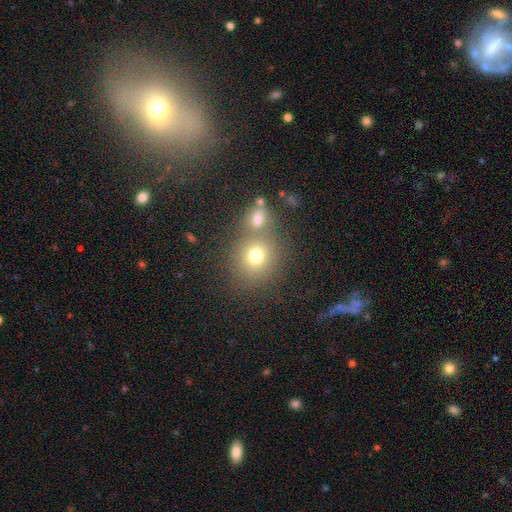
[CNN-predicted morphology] A smooth galaxy with no disk features (74%) that is round (80%).

Vote fractions:
- Smooth or featured? smooth: 74% / star or artifact: 15% / featured or disk: 12%
- How rounded? round: 80% / in between: 19% / cigar-shaped: 1%
- Merging? none: 53% / merger: 35% / minor disturbance: 8% / major disturbance: 4%